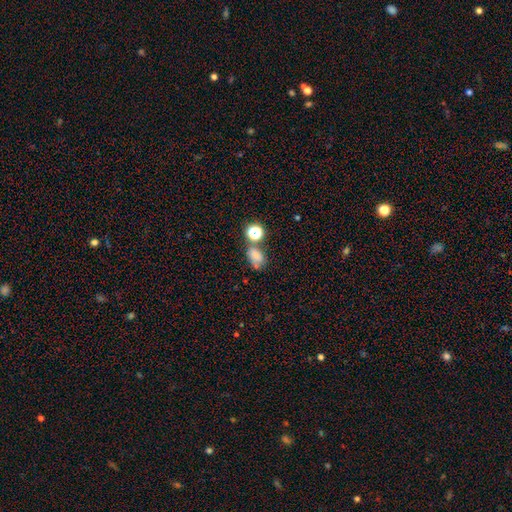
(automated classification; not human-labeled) The model was most divided on "merging": none: 46%, merger: 25%, minor disturbance: 19%, major disturbance: 10%. More confident: how rounded — in between (71%); smooth or featured — smooth (66%).